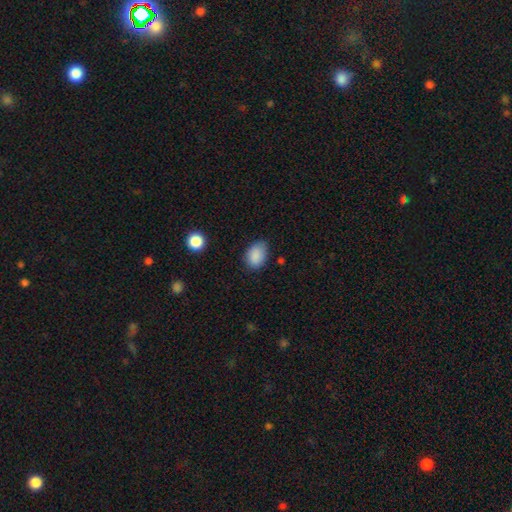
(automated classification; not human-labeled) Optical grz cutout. It shows a smooth galaxy with no disk features (88%) that is in between round and cigar-shaped (83%). Merging: none (75%).